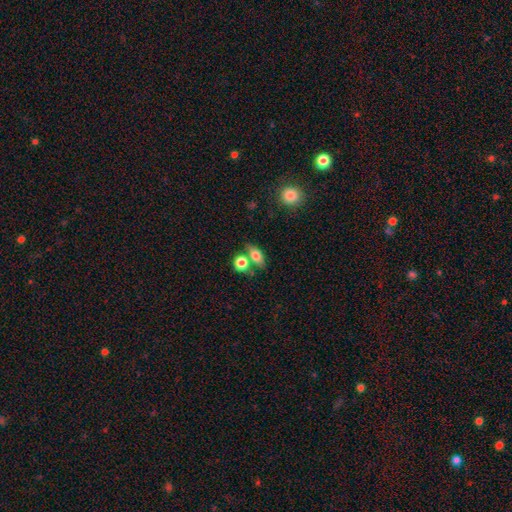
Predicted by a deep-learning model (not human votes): Smooth or featured: smooth — 74% (featured or disk — 16%)
How rounded: in between — 69% (round — 23%)
Merging: none — 57% (merger — 26%)